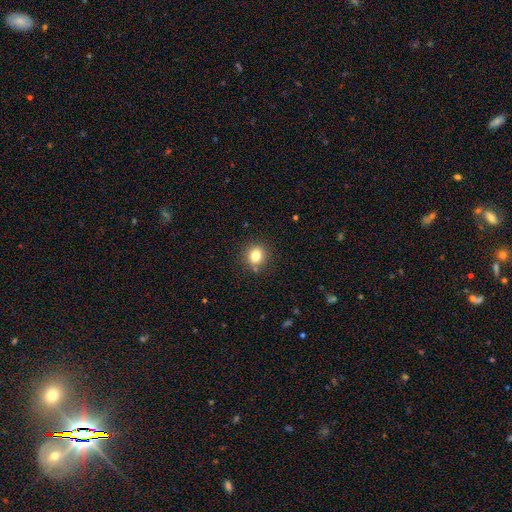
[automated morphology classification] This appears to be a smooth galaxy with no disk features (80%) that is round (82%). Merging: none (86%).